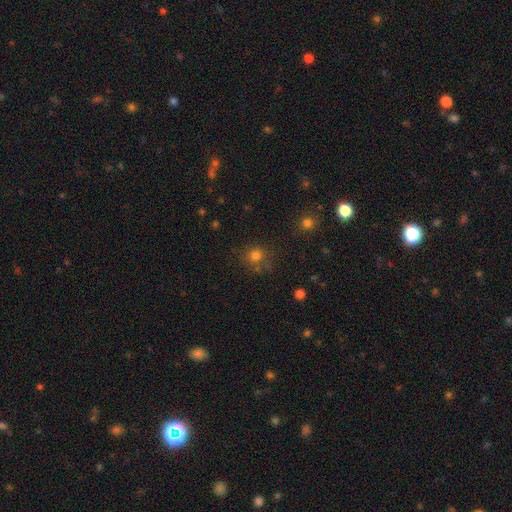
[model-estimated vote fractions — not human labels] This is likely a smooth galaxy (76%). How rounded: clearly round (87%). Merging: likely none (72%).